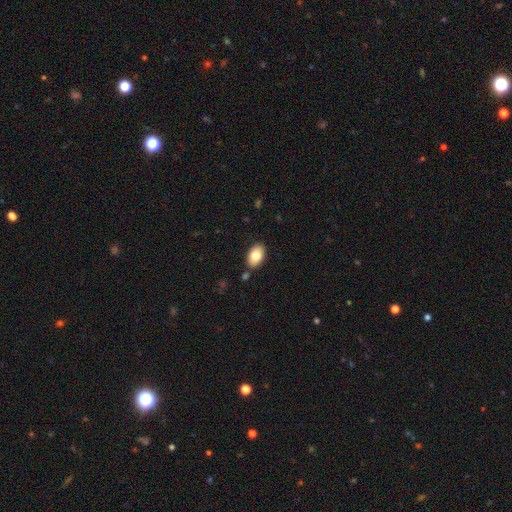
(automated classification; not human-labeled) This is clearly a smooth galaxy (81%). How rounded: clearly in between (91%). Merging: clearly none (86%).